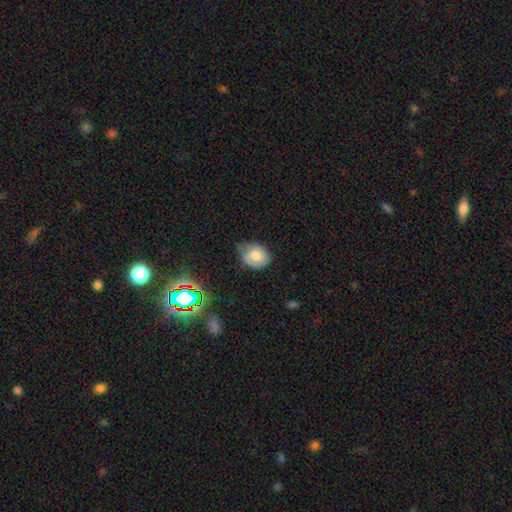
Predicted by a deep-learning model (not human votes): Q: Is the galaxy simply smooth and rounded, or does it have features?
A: smooth — 66%.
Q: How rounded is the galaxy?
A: in between — 51%.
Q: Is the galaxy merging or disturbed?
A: none — 47%.